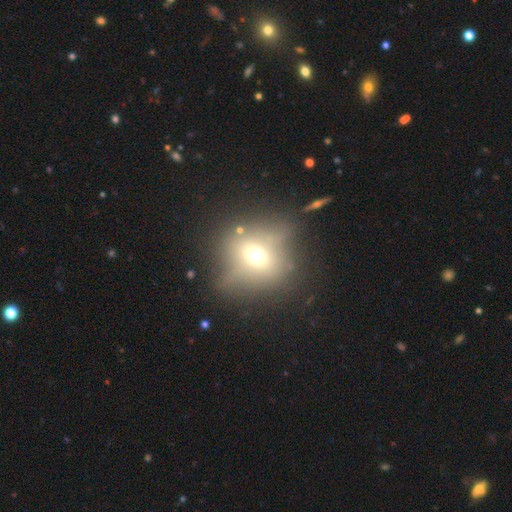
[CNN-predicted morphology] A smooth galaxy with no disk features (48%).

Vote fractions:
- Smooth or featured? smooth: 48% / featured or disk: 34% / star or artifact: 18%
- Merging? none: 69% / minor disturbance: 17% / major disturbance: 9% / merger: 4%